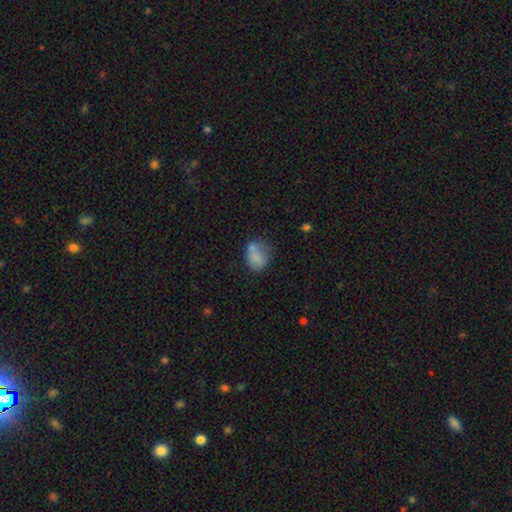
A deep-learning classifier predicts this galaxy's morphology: This is likely a smooth galaxy (76%). How rounded: possibly in between (54%). Merging: marginally none (42%).